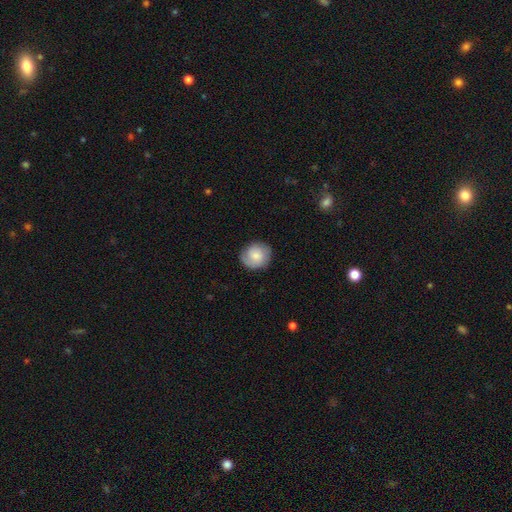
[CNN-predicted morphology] Q: Smooth or featured?
A: smooth (70%); runner-up: featured or disk (23%)
Q: How rounded?
A: round (83%); runner-up: in between (16%)
Q: Merging?
A: none (80%); runner-up: minor disturbance (15%)